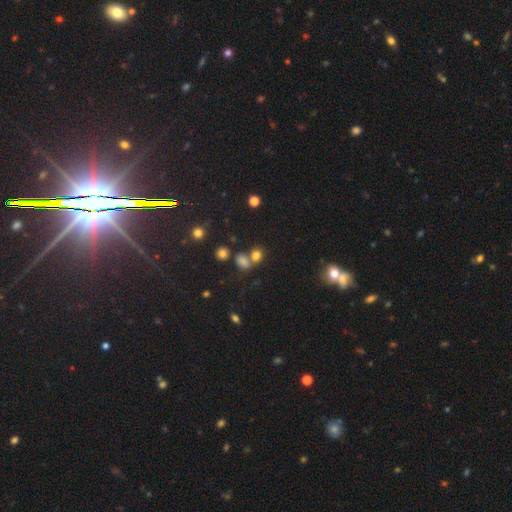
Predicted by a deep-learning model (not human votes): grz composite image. It shows a smooth galaxy with no disk features (74%) that is round (62%). Merging: none (51%).